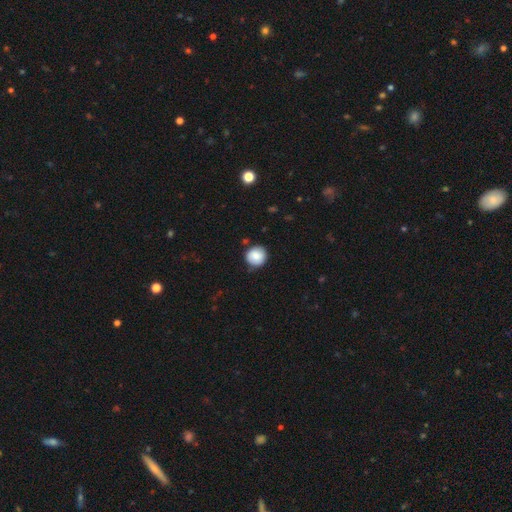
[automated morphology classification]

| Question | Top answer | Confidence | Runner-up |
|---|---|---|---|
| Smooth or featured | smooth | 82% | featured or disk (10%) |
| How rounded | round | 93% | in between (6%) |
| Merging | none | 84% | minor disturbance (12%) |